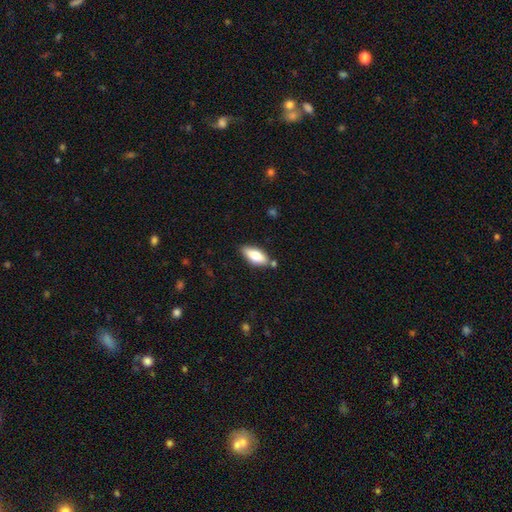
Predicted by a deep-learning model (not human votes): Smooth or featured? Predicted: smooth (p=0.78). How rounded? Predicted: in between (p=0.83). Merging? Predicted: none (p=0.78).